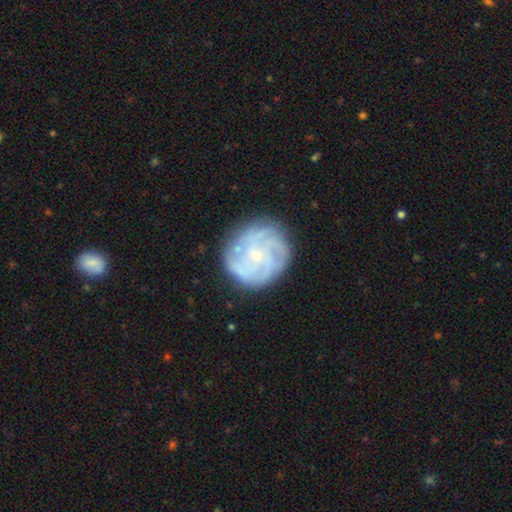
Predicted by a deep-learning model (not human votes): Overall: featured or disk (71%). Edge-on disk: no (97%). Bar: no (74%). Spiral arms: yes (88%). Spiral arm count: can't tell (35%; 4 25%). Spiral winding: tight (57%; medium 31%). Bulge size: small (71%). Merging: none (79%).